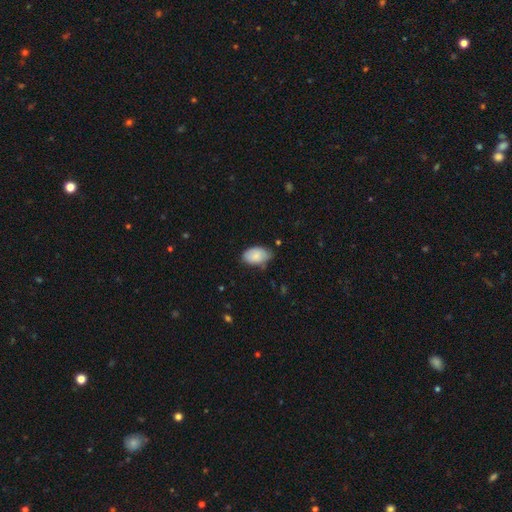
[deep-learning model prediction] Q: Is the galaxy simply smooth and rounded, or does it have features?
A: smooth — 82%.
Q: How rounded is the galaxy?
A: in between — 91%.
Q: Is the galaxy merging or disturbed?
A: none — 59%.